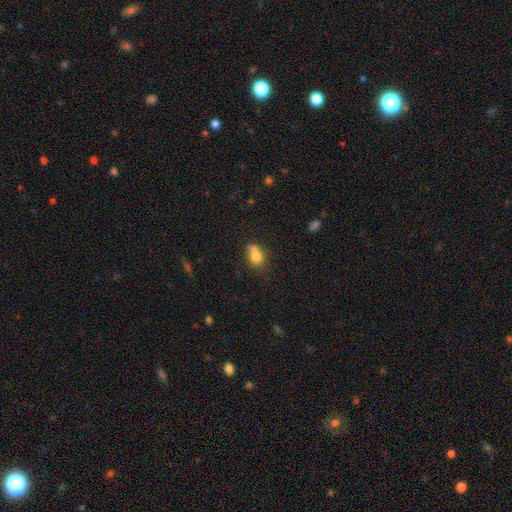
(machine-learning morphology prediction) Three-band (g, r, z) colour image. It shows a smooth galaxy with no disk features (74%) that is round (54%). Merging: merger (42%).